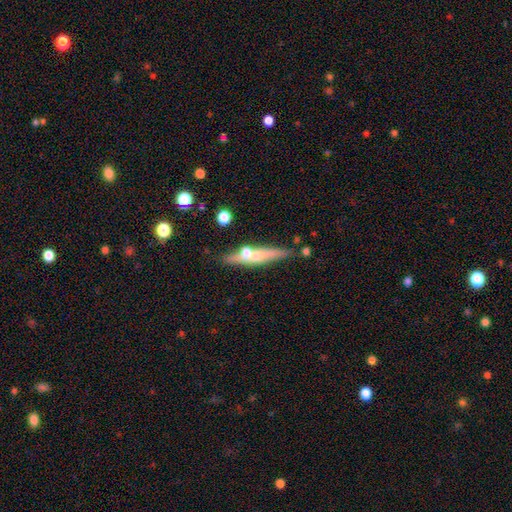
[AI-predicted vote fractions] Overall: featured or disk (57%; smooth 35%). Edge-on disk: yes (90%). Edge-on bulge: rounded (78%). Merging: none (73%).